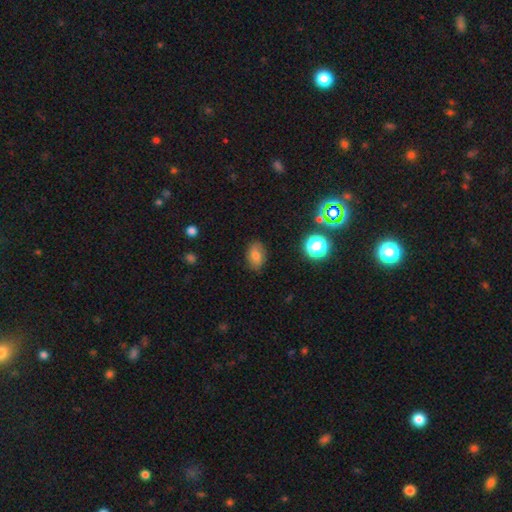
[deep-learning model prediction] smooth-or-featured: smooth: 78% | star or artifact: 12% | featured or disk: 10%
  how-rounded: in between: 85% | round: 14% | cigar-shaped: 1%
  merging: none: 83% | minor disturbance: 13% | major disturbance: 3% | merger: 1%